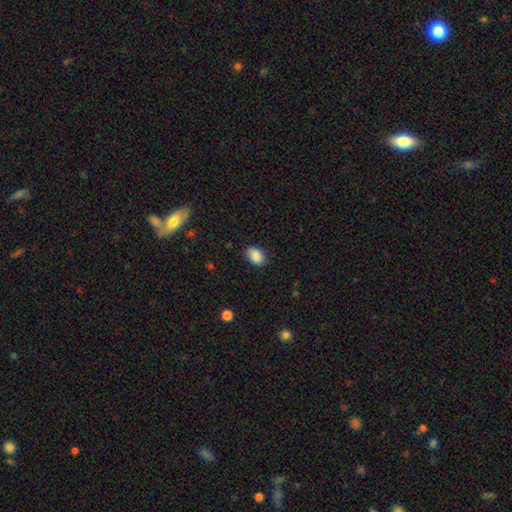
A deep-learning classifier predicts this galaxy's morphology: Smooth or featured: smooth — 87% (star or artifact — 8%)
How rounded: in between — 78% (round — 21%)
Merging: none — 83% (minor disturbance — 13%)